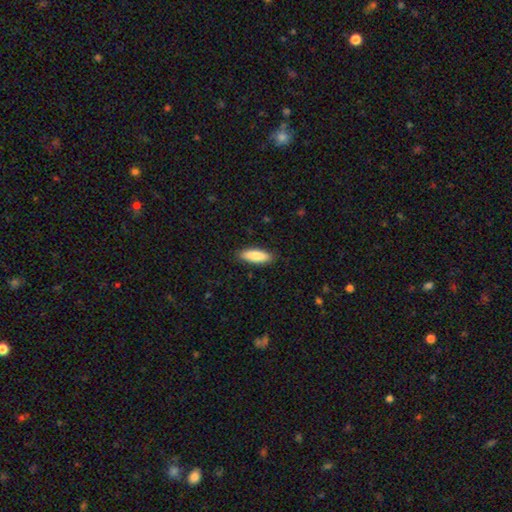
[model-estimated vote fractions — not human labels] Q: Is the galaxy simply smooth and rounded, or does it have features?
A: smooth — 84%.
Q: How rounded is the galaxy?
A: in between — 60%.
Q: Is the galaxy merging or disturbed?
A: none — 89%.